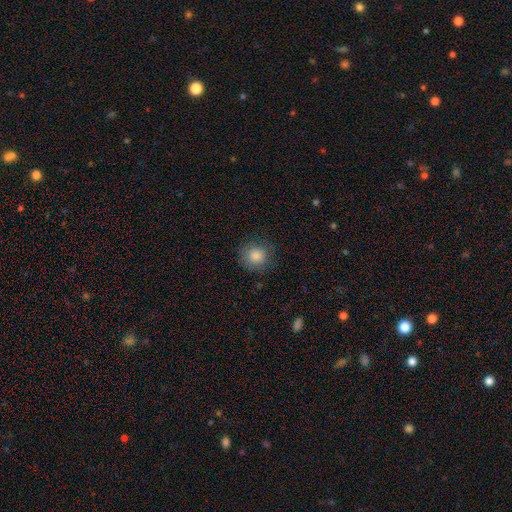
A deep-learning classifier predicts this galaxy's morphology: Q: Smooth or featured?
A: smooth (84%); runner-up: star or artifact (9%)
Q: How rounded?
A: round (90%); runner-up: in between (9%)
Q: Merging?
A: none (82%); runner-up: minor disturbance (13%)